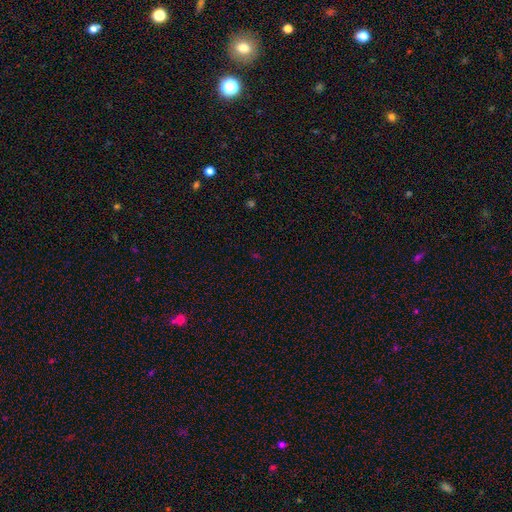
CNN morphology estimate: Overall: star or artifact (64%; smooth 29%).